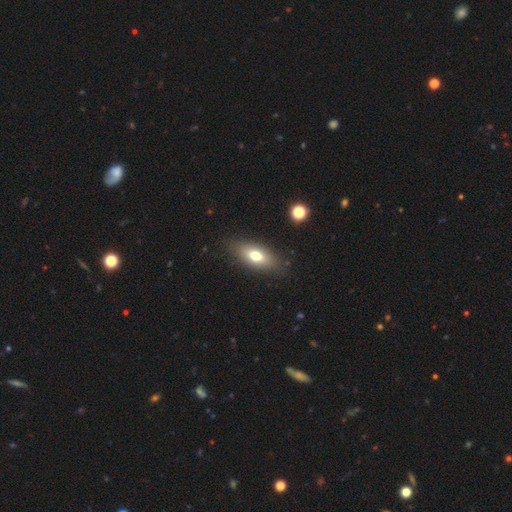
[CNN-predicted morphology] smooth-or-featured: smooth: 71% | featured or disk: 21% | star or artifact: 8%
  how-rounded: in between: 82% | cigar-shaped: 13% | round: 5%
  merging: none: 85% | minor disturbance: 11% | major disturbance: 3% | merger: 1%